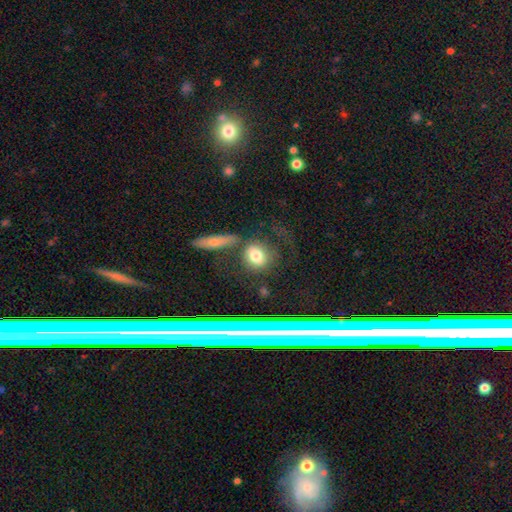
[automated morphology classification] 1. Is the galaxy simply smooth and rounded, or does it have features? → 73% smooth, 13% featured or disk, 13% star or artifact.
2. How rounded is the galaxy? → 65% round, 32% in between, 3% cigar-shaped.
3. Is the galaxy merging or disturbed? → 59% none, 16% minor disturbance, 14% merger, 11% major disturbance.